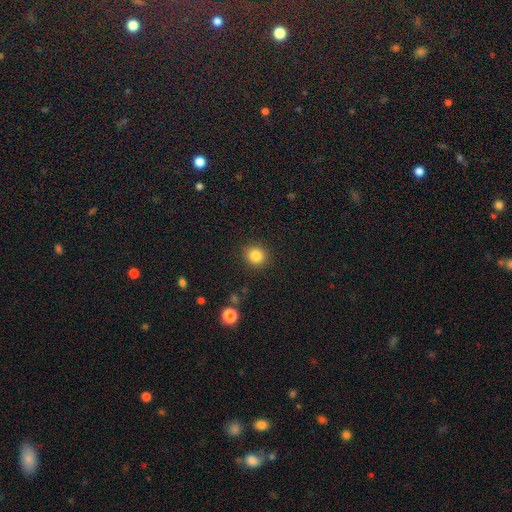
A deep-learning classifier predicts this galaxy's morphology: Smooth or featured? smooth (84%)
How rounded? round (89%)
Merging? none (90%)